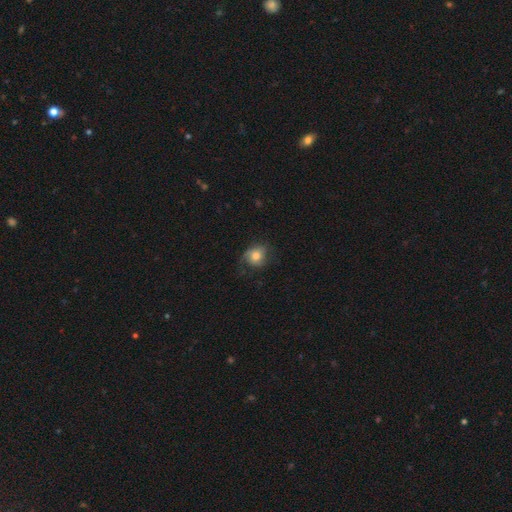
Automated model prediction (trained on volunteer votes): The model was most divided on "merging": none: 55%, minor disturbance: 27%, major disturbance: 17%, merger: 1%. More confident: how rounded — round (67%); smooth or featured — smooth (61%).